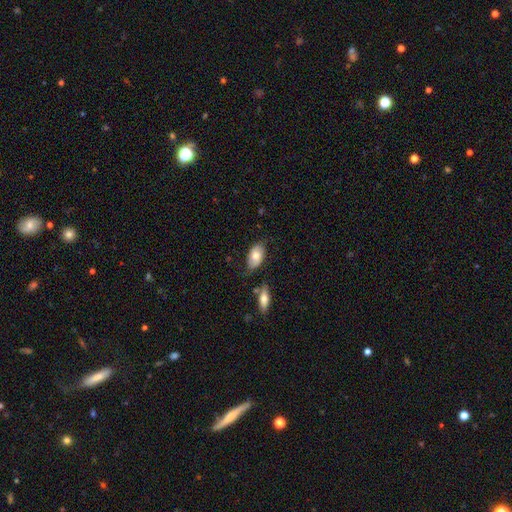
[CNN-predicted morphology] smooth_or_featured: smooth (p=0.73) [alt: featured or disk p=0.21]
how_rounded: in between (p=0.93) [alt: round p=0.05]
merging: none (p=0.71) [alt: minor disturbance p=0.20]